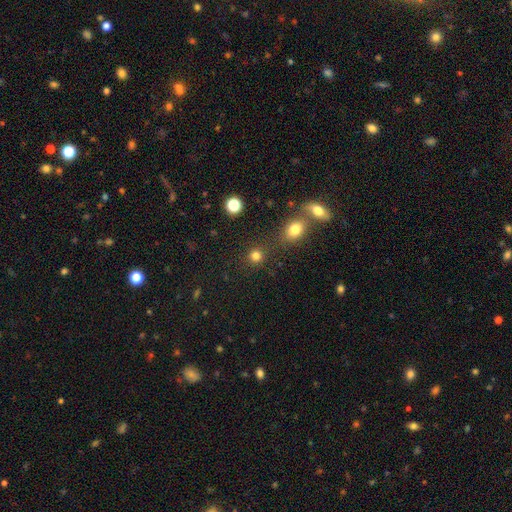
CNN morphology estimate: Smooth or featured? smooth (80%)
How rounded? round (89%)
Merging? none (81%)